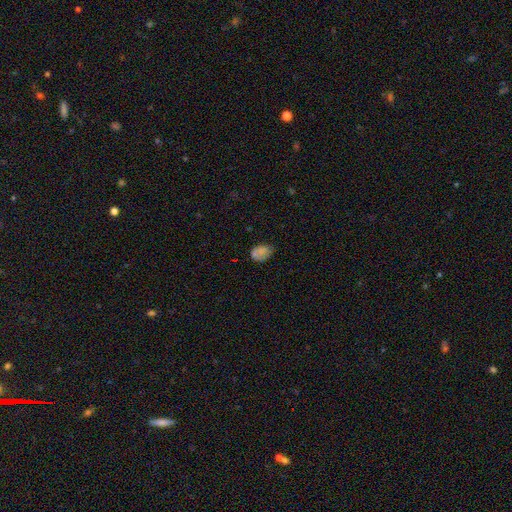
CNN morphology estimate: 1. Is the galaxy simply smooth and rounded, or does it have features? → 58% smooth, 23% star or artifact, 19% featured or disk.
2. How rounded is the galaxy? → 71% in between, 27% round, 2% cigar-shaped.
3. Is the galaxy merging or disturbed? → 66% none, 20% minor disturbance, 9% major disturbance, 4% merger.